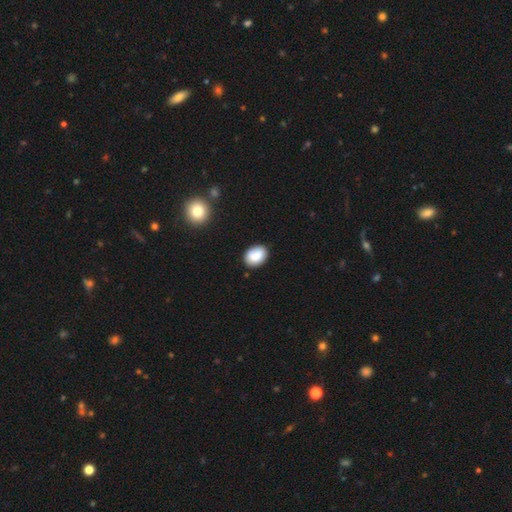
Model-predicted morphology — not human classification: Q: Smooth or featured?
A: smooth (85%); runner-up: star or artifact (8%)
Q: How rounded?
A: in between (74%); runner-up: round (25%)
Q: Merging?
A: none (80%); runner-up: minor disturbance (15%)